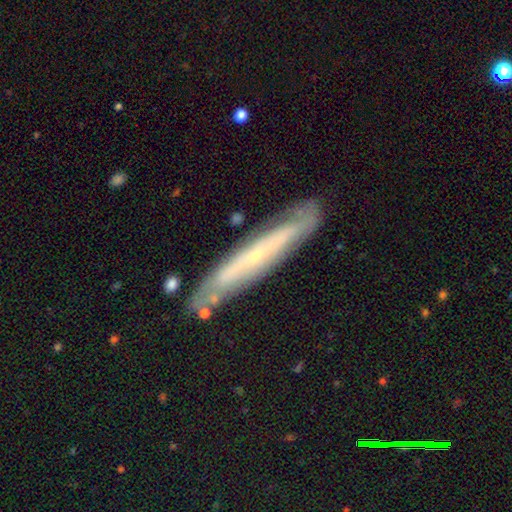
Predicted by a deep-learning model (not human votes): Smooth or featured?
  - featured or disk: 73% *
  - smooth: 21%
  - star or artifact: 6%
Edge-on disk?
  - yes: 60% *
  - no: 40%
Merging?
  - none: 79% *
  - minor disturbance: 15%
  - major disturbance: 3%
  - merger: 3%